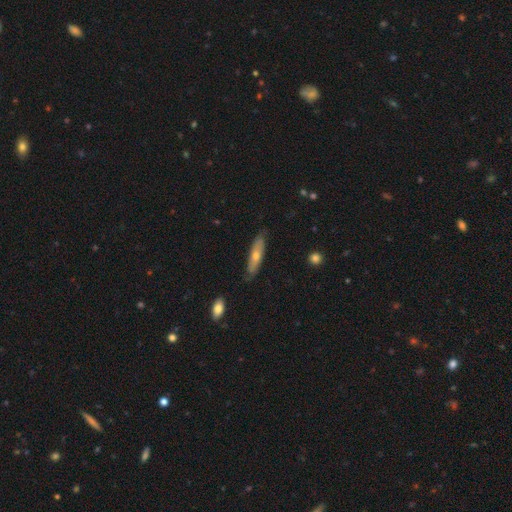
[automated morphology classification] type=smooth (49%); merging=none (81%).